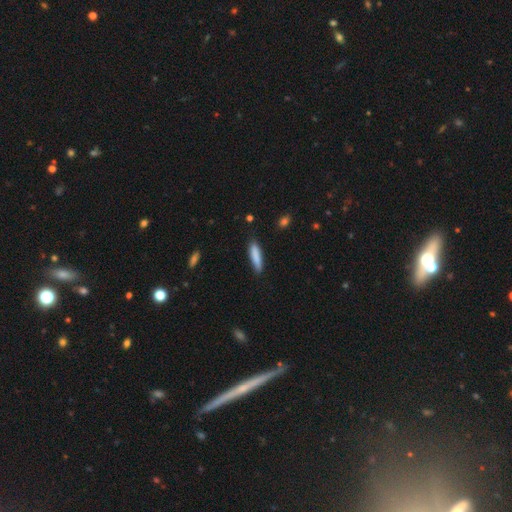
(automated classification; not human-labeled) This appears to be a smooth galaxy with no disk features (85%) that is cigar-shaped (83%). Merging: none (86%).